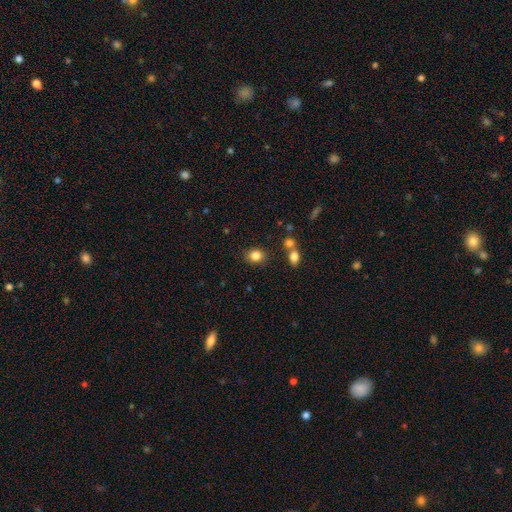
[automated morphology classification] smooth-or-featured: smooth: 84% | star or artifact: 10% | featured or disk: 6%
  how-rounded: round: 53% | in between: 46% | cigar-shaped: 1%
  merging: none: 81% | minor disturbance: 10% | merger: 5% | major disturbance: 3%